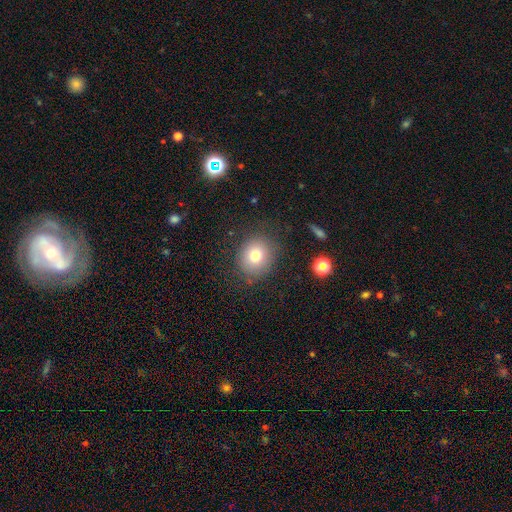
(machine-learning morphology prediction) This is likely a smooth galaxy (76%). How rounded: likely round (72%). Merging: clearly none (82%).